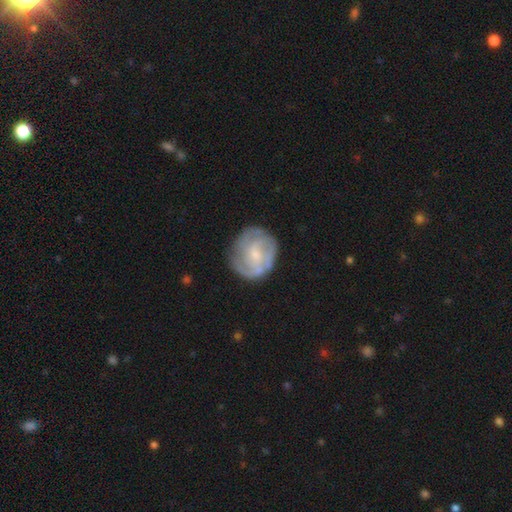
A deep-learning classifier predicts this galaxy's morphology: Overall: featured or disk (68%). Edge-on disk: no (98%). Bar: no (55%; weak 39%). Spiral arms: yes (83%). Spiral arm count: can't tell (36%; 2 28%). Spiral winding: tight (50%; medium 36%). Bulge size: small (54%; moderate 34%). Merging: none (71%).